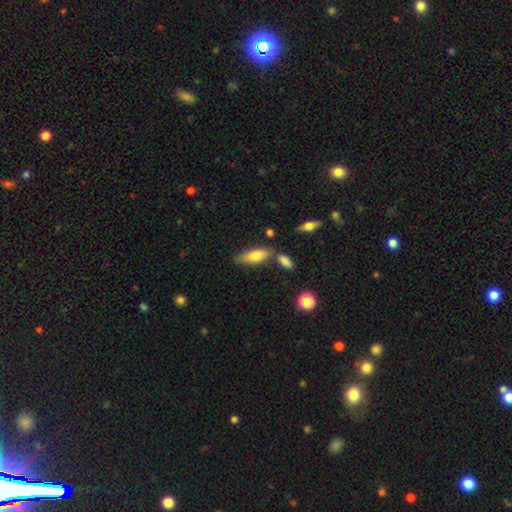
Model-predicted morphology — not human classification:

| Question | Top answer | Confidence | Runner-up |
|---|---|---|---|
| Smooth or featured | smooth | 76% | featured or disk (18%) |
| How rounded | in between | 64% | cigar-shaped (34%) |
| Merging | none | 67% | minor disturbance (16%) |